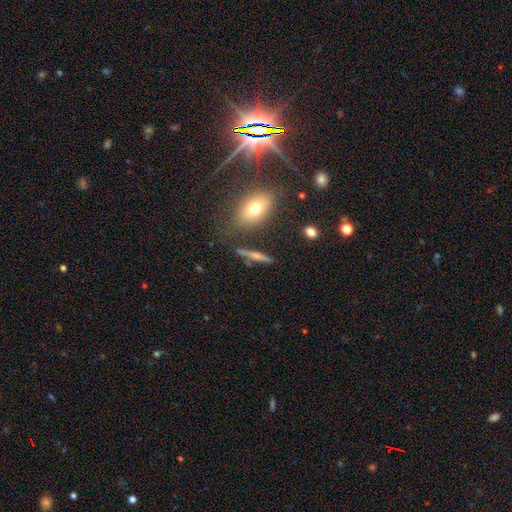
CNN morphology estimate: A smooth galaxy with no disk features (48%). Merging: none (77%).